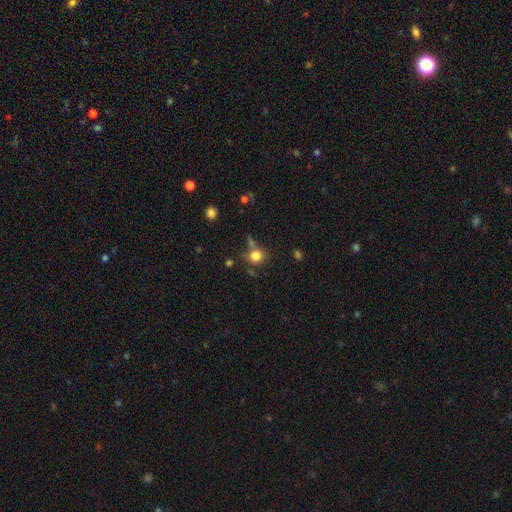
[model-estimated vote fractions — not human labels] smooth_or_featured: smooth (p=0.80) [alt: star or artifact p=0.13]
how_rounded: round (p=0.83) [alt: in between p=0.16]
merging: none (p=0.66) [alt: merger p=0.15]